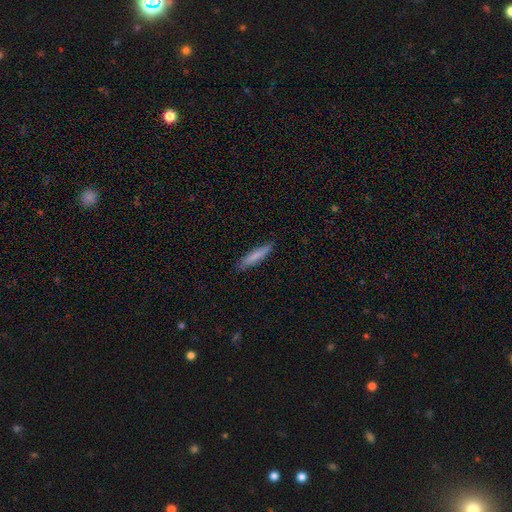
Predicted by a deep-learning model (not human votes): The model was most divided on "smooth or featured": smooth: 77%, featured or disk: 17%, star or artifact: 6%. More confident: how rounded — cigar-shaped (90%); merging — none (86%).